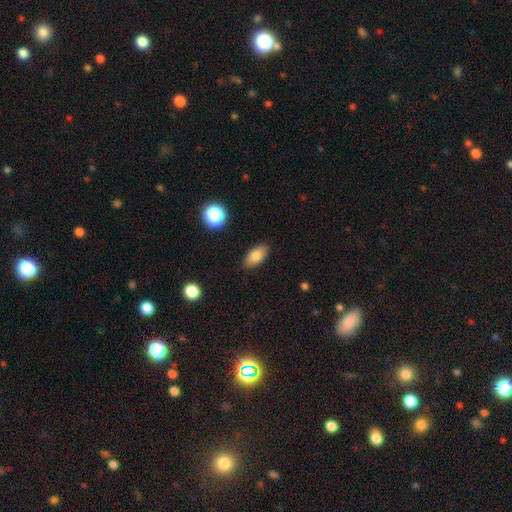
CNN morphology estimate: smooth_or_featured: smooth (p=0.81) [alt: featured or disk p=0.10]
how_rounded: in between (p=0.90) [alt: cigar-shaped p=0.05]
merging: none (p=0.87) [alt: minor disturbance p=0.10]